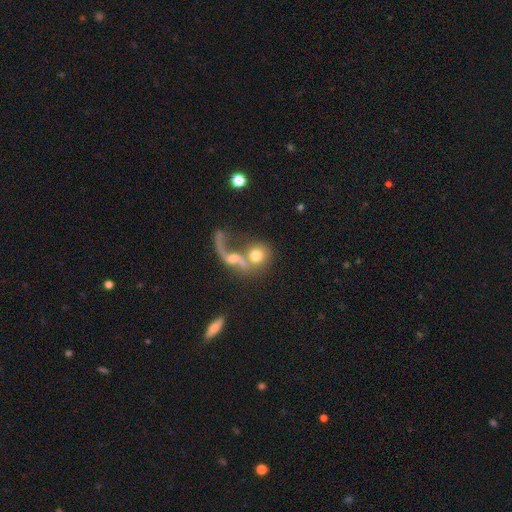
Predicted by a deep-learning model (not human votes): Overall: smooth (58%; featured or disk 32%). How rounded: round (78%). Merging: merger (54%; none 25%).